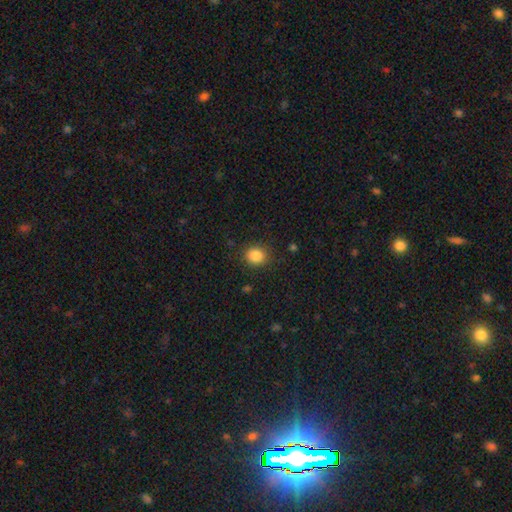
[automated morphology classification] Smooth or featured?
  - smooth: 85% *
  - star or artifact: 11%
  - featured or disk: 4%
How rounded?
  - round: 75% *
  - in between: 24%
  - cigar-shaped: 1%
Merging?
  - none: 86% *
  - minor disturbance: 9%
  - major disturbance: 3%
  - merger: 1%